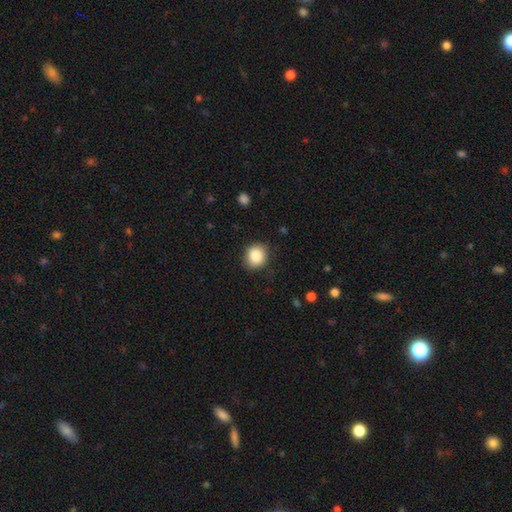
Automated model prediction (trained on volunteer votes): smooth_or_featured: smooth (p=0.86) [alt: star or artifact p=0.09]
how_rounded: round (p=0.75) [alt: in between p=0.24]
merging: none (p=0.85) [alt: minor disturbance p=0.11]